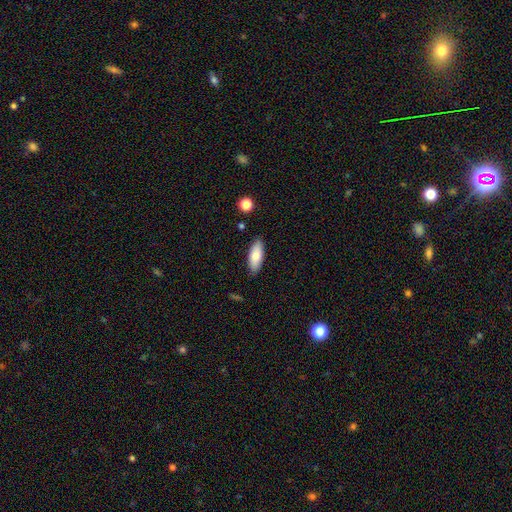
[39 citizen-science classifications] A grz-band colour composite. It shows a smooth galaxy with no disk features (74%) that is in between round and cigar-shaped (72%). Merging: none (84%).